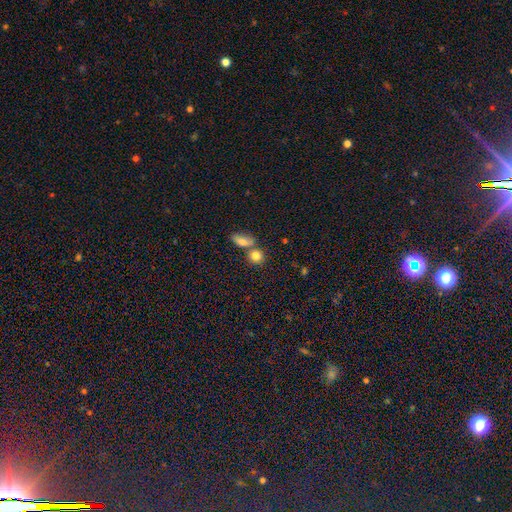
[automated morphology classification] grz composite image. It shows a smooth galaxy with no disk features (81%) that is round (77%). Merging: none (55%).